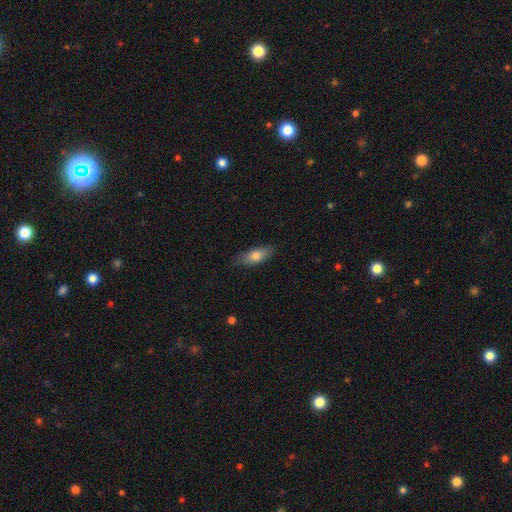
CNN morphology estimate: A smooth galaxy with no disk features (74%) that is in between round and cigar-shaped (74%). Merging: none (82%).